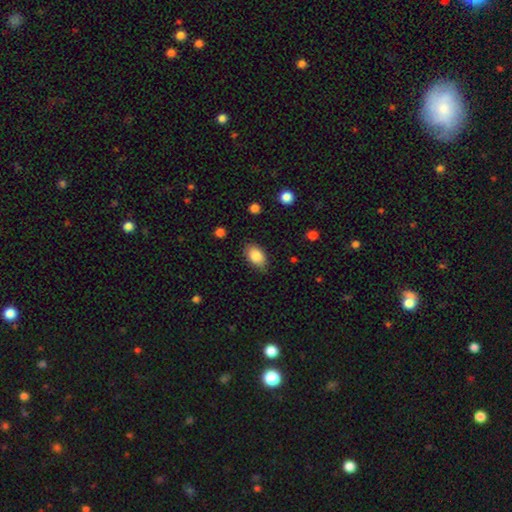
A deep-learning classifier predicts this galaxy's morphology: This appears to be a smooth galaxy with no disk features (85%) that is in between round and cigar-shaped (90%). Merging: none (77%).